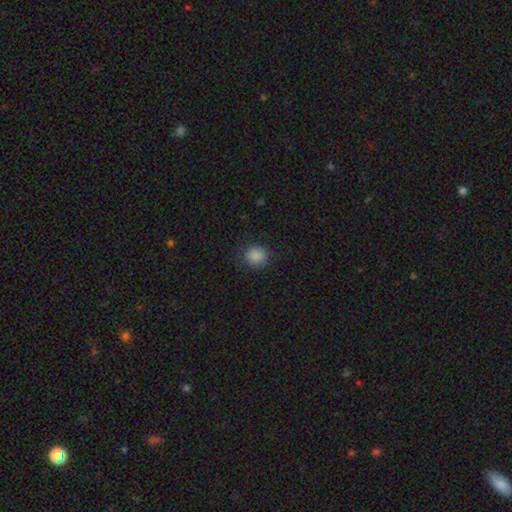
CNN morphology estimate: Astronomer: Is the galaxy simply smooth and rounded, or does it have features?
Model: smooth — 87%.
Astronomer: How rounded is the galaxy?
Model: round — 84%.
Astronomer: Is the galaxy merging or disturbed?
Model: none — 86%.